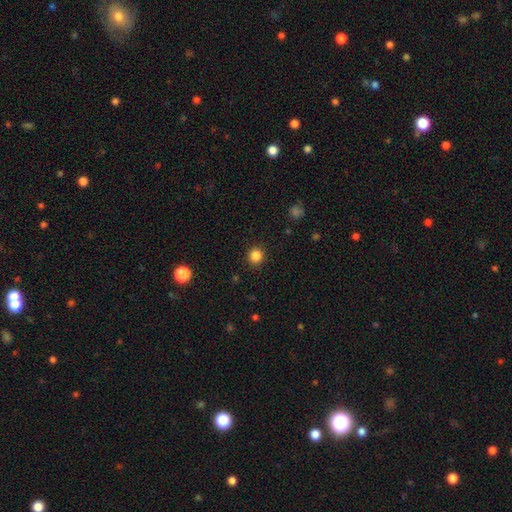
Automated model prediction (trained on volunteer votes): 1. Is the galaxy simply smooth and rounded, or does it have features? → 85% smooth, 12% star or artifact, 3% featured or disk.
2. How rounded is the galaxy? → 91% round, 8% in between, 1% cigar-shaped.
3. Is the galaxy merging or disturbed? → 91% none, 6% minor disturbance, 2% major disturbance, 1% merger.